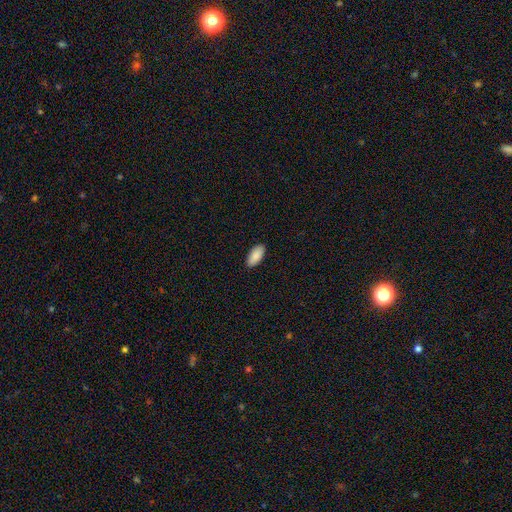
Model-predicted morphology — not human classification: This appears to be a smooth galaxy with no disk features (89%) that is in between round and cigar-shaped (92%). Merging: none (89%).